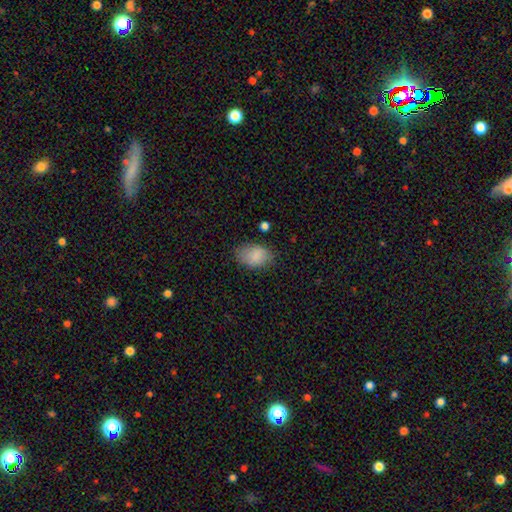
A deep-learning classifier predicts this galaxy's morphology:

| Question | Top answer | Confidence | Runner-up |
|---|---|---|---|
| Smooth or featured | smooth | 85% | star or artifact (8%) |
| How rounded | in between | 86% | round (12%) |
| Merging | none | 71% | minor disturbance (21%) |